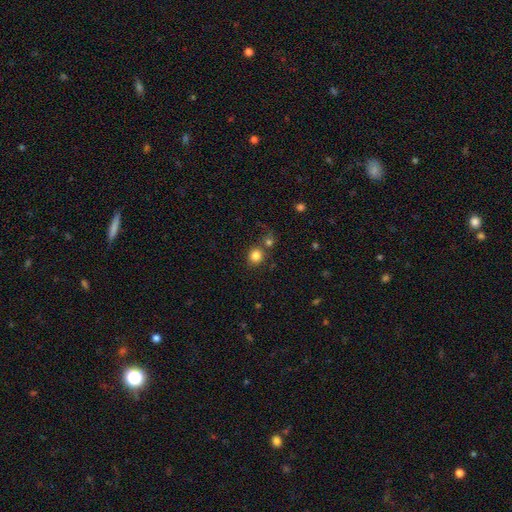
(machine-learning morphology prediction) smooth_or_featured: smooth (p=0.83) [alt: star or artifact p=0.11]
how_rounded: round (p=0.85) [alt: in between p=0.14]
merging: none (p=0.69) [alt: merger p=0.18]